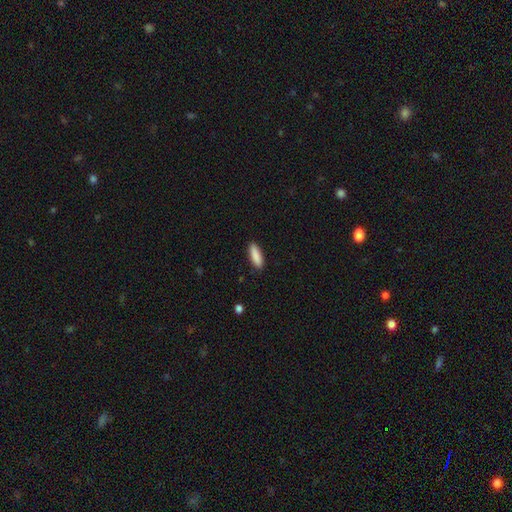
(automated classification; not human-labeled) Morphology: type=smooth (89%); roundness=in between (49%, tied with cigar-shaped); merging=none (89%).